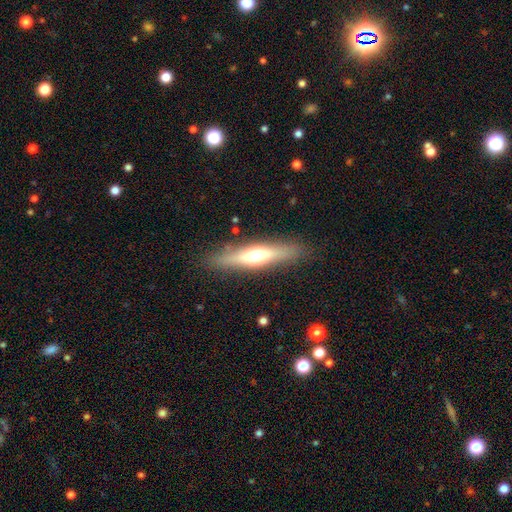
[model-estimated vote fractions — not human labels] smooth-or-featured: featured or disk: 52% | smooth: 41% | star or artifact: 7%
  disk-edge-on: yes: 89% | no: 11%
  merging: none: 86% | minor disturbance: 9% | major disturbance: 3% | merger: 1%